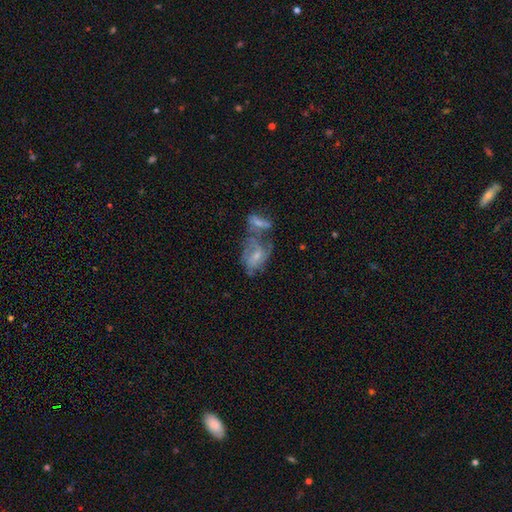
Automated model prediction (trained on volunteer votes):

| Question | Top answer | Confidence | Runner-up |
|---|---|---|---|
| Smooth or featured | featured or disk | 65% | smooth (26%) |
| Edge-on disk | no | 96% | yes (4%) |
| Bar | no | 57% | weak (36%) |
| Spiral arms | yes | 75% | no (25%) |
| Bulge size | small | 55% | moderate (35%) |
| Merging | merger | 44% | none (26%) |